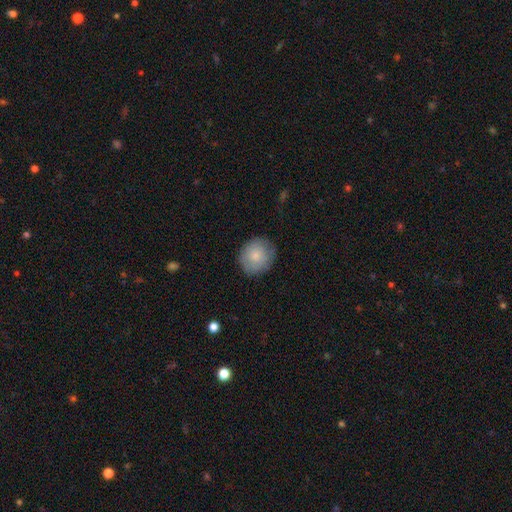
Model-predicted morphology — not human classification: A smooth galaxy with no disk features (79%) that is round (80%).

Vote fractions:
- Smooth or featured? smooth: 79% / featured or disk: 15% / star or artifact: 7%
- How rounded? round: 80% / in between: 19% / cigar-shaped: 1%
- Merging? none: 81% / minor disturbance: 15% / major disturbance: 3% / merger: 1%